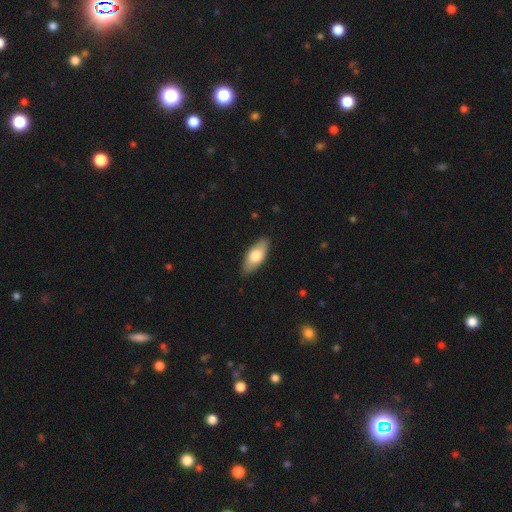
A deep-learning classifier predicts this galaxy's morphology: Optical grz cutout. It shows a smooth galaxy with no disk features (69%) that is in between round and cigar-shaped (81%). Merging: none (87%).